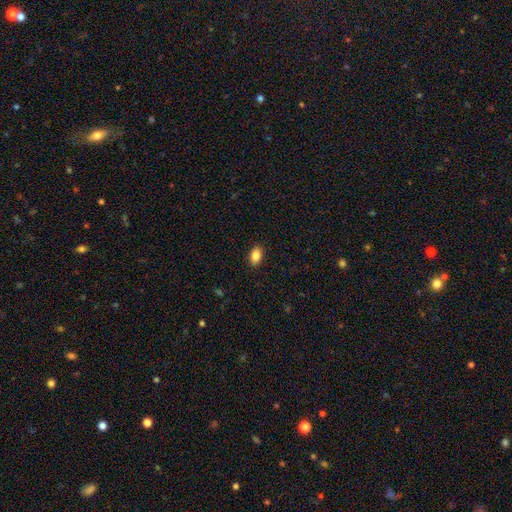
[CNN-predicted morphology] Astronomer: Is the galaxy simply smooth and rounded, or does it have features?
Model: smooth — 86%.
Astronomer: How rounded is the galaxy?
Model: in between — 86%.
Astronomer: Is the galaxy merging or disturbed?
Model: none — 90%.